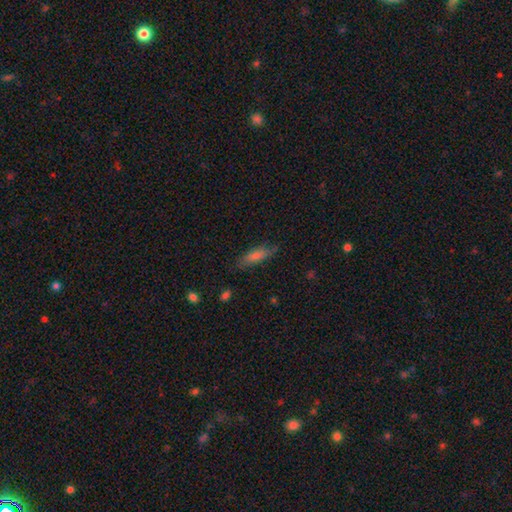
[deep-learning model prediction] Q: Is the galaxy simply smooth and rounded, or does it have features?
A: smooth — 71%.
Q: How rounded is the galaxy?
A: cigar-shaped — 62%.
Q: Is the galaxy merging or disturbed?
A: none — 80%.